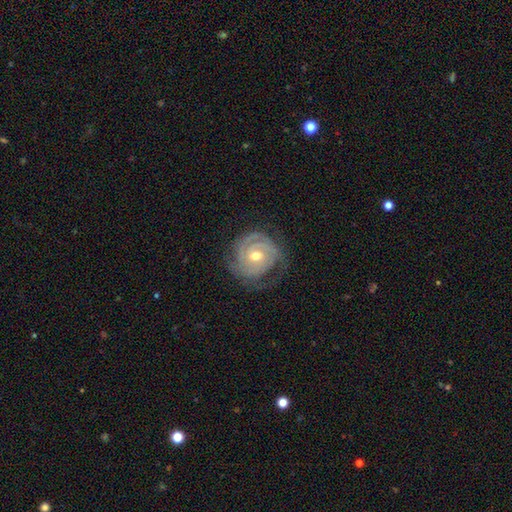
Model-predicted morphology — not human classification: Smooth or featured: featured or disk — 84% (smooth — 10%)
Edge-on disk: no — 97% (yes — 3%)
Bar: no — 66% (weak — 27%)
Spiral arms: yes — 95% (no — 5%)
Spiral winding: tight — 76% (medium — 19%)
Spiral arm count: 2 — 32% (can't tell — 26%)
Bulge size: moderate — 70% (small — 26%)
Merging: none — 70% (minor disturbance — 19%)